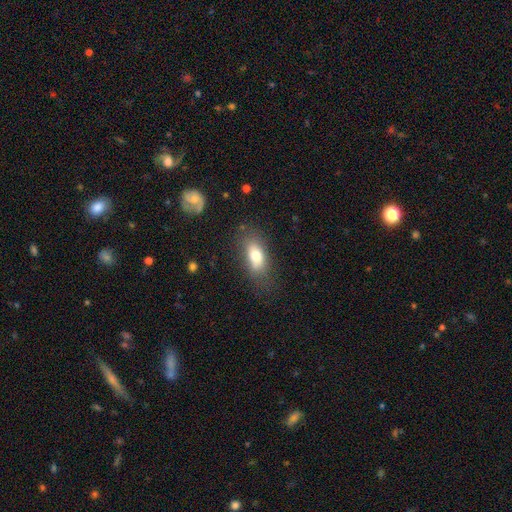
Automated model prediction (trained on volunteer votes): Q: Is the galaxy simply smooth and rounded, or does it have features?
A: smooth — 73%.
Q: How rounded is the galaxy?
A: in between — 84%.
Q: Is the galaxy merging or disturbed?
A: none — 67%.